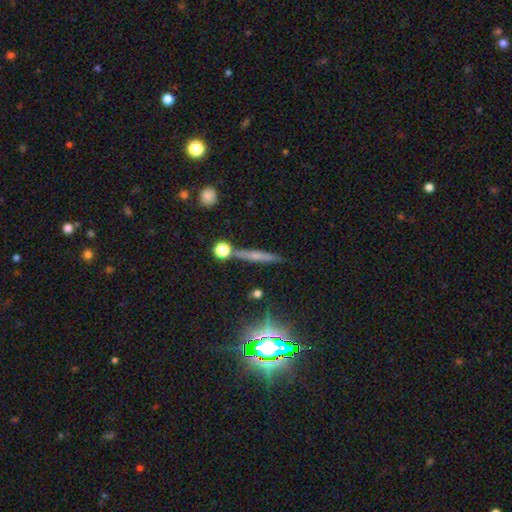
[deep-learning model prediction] This appears to be a featured or disk galaxy (40%, tied with smooth). Merging: none (79%).